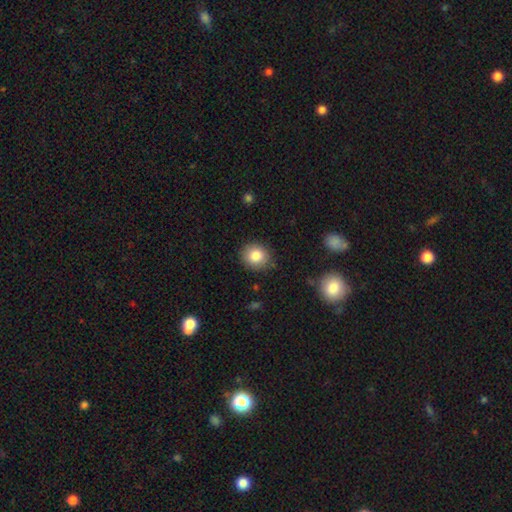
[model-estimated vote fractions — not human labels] This is clearly a smooth galaxy (84%). How rounded: likely round (79%). Merging: clearly none (87%).